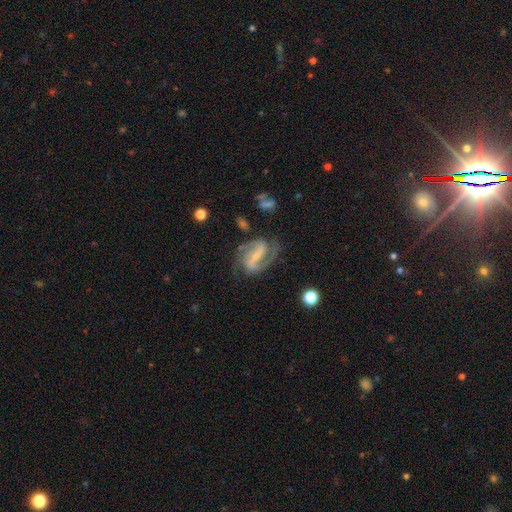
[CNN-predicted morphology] Overall: featured or disk (88%). Edge-on disk: no (97%). Bar: strong (58%; weak 31%). Spiral arms: yes (96%). Spiral arm count: 2 (87%). Spiral winding: medium (54%; tight 24%). Bulge size: small (62%). Merging: none (70%).